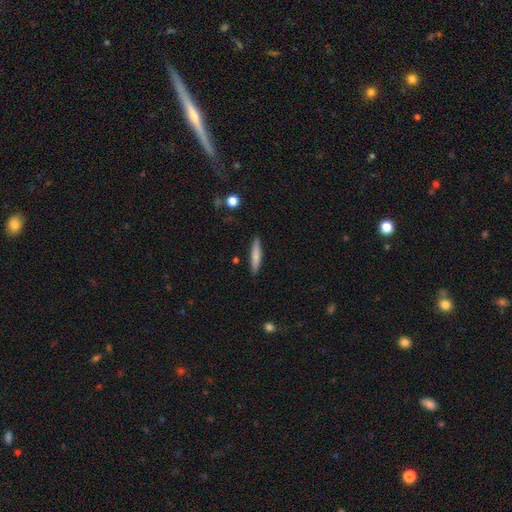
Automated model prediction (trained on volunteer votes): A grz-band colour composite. It shows a smooth galaxy with no disk features (76%) that is cigar-shaped (91%). Merging: none (88%).